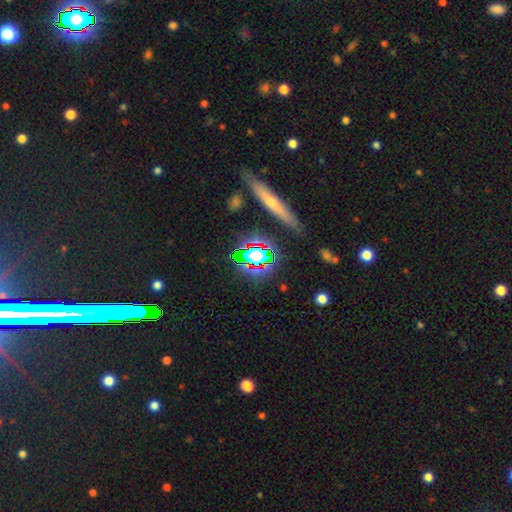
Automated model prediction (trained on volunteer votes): A star or artifact, not a galaxy (51%).